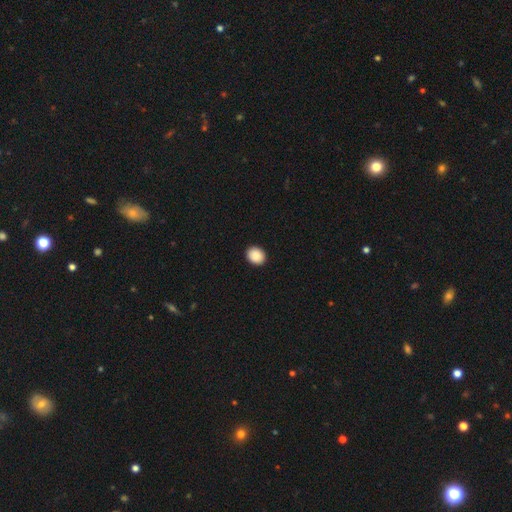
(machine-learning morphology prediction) Smooth or featured?
  - smooth: 90% *
  - star or artifact: 8%
  - featured or disk: 2%
How rounded?
  - round: 65% *
  - in between: 35%
  - cigar-shaped: 1%
Merging?
  - none: 92% *
  - minor disturbance: 5%
  - major disturbance: 2%
  - merger: 1%